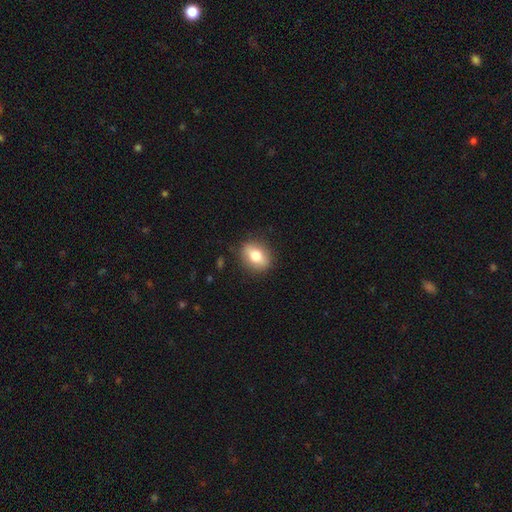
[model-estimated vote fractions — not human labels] This appears to be a smooth galaxy with no disk features (72%) that is in between round and cigar-shaped (63%). Merging: none (85%).